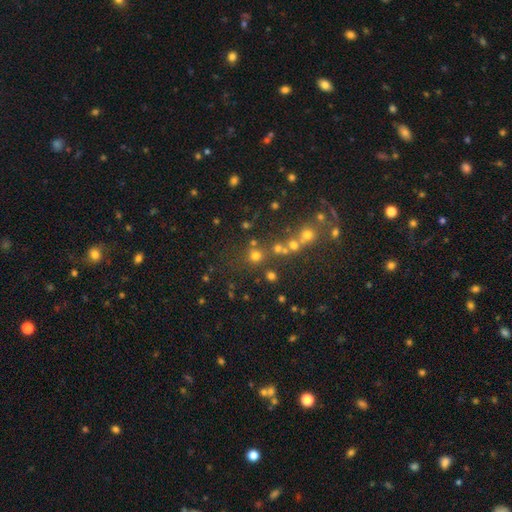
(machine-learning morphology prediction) A smooth galaxy with no disk features (67%) that is round (91%).

Vote fractions:
- Smooth or featured? smooth: 67% / star or artifact: 24% / featured or disk: 9%
- How rounded? round: 91% / in between: 8% / cigar-shaped: 1%
- Merging? none: 73% / merger: 15% / minor disturbance: 8% / major disturbance: 4%